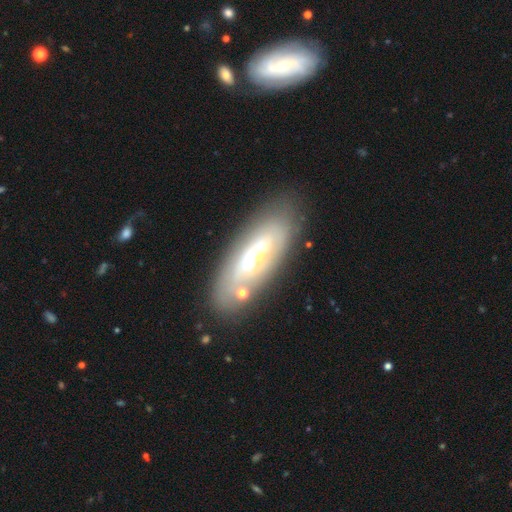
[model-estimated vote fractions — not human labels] Smooth or featured?
  - featured or disk: 57% *
  - smooth: 35%
  - star or artifact: 8%
Edge-on disk?
  - no: 66% *
  - yes: 34%
Merging?
  - none: 76% *
  - minor disturbance: 14%
  - major disturbance: 5%
  - merger: 5%